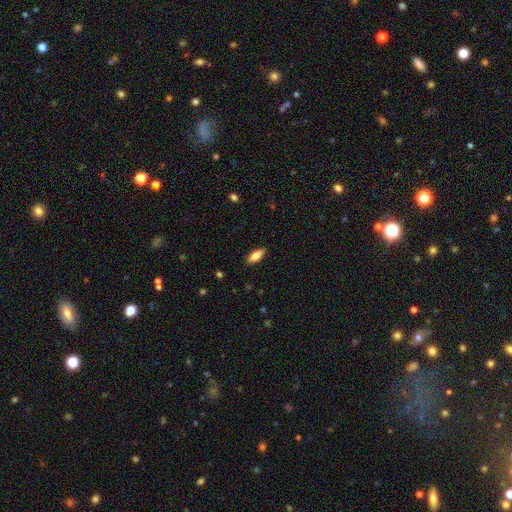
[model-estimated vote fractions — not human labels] smooth_or_featured: smooth (p=0.73) [alt: featured or disk p=0.21]
how_rounded: in between (p=0.69) [alt: cigar-shaped p=0.28]
merging: none (p=0.89) [alt: minor disturbance p=0.09]